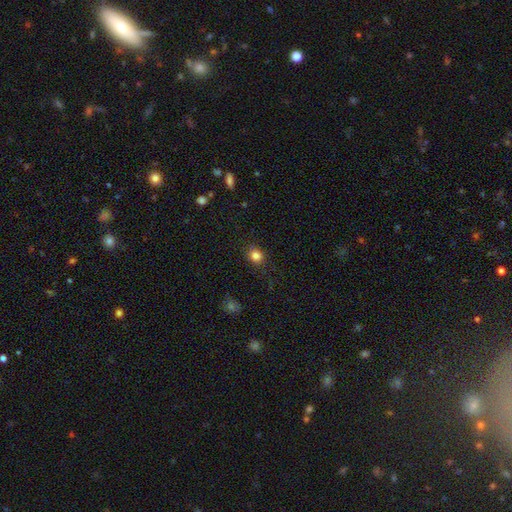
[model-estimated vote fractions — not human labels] Smooth or featured?
  - smooth: 83% *
  - star or artifact: 12%
  - featured or disk: 5%
How rounded?
  - round: 66% *
  - in between: 33%
  - cigar-shaped: 1%
Merging?
  - none: 83% *
  - minor disturbance: 12%
  - major disturbance: 3%
  - merger: 1%